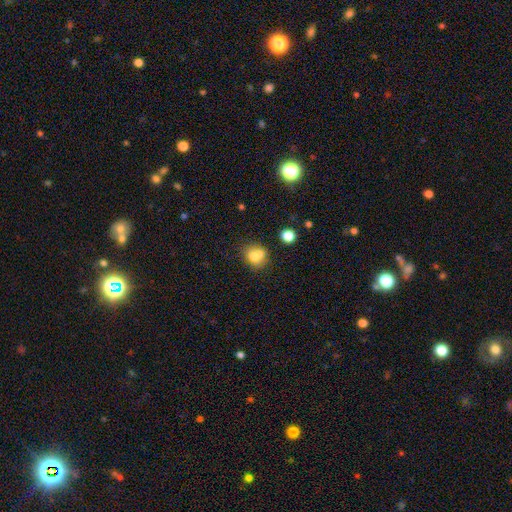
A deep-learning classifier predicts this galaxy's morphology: Smooth or featured? Predicted: smooth (p=0.71). How rounded? Predicted: round (p=0.68). Merging? Predicted: merger (p=0.42, tied with none).